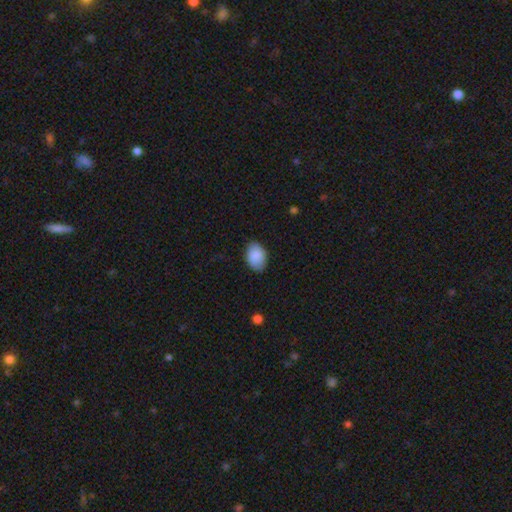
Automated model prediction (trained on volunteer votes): This appears to be a smooth galaxy with no disk features (86%) that is in between round and cigar-shaped (86%). Merging: none (80%).